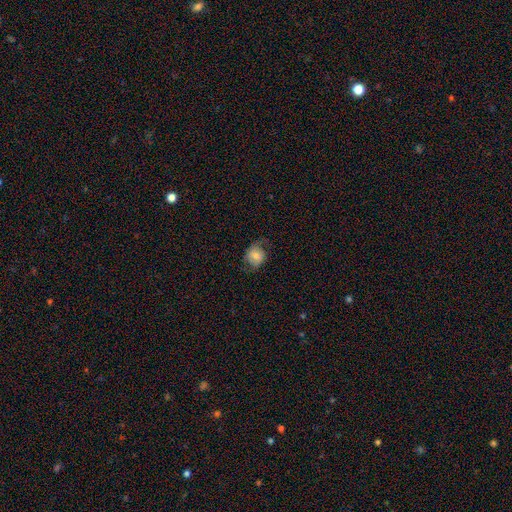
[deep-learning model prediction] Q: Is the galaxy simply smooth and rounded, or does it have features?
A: smooth — 54%.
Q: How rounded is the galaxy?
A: round — 66%.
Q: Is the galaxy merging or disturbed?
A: none — 66%.